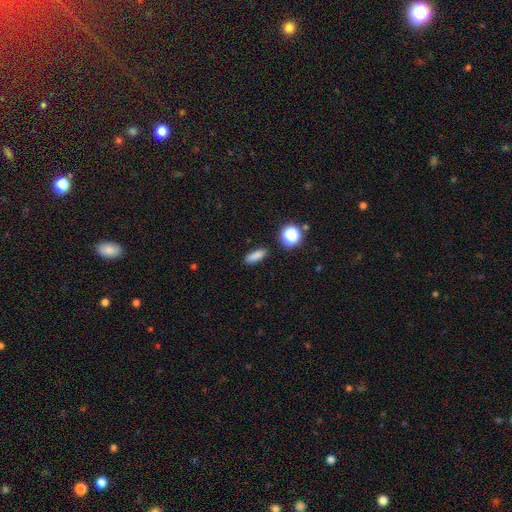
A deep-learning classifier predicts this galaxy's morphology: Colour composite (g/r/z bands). It shows a smooth galaxy with no disk features (82%) that is in between round and cigar-shaped (55%). Merging: none (88%).